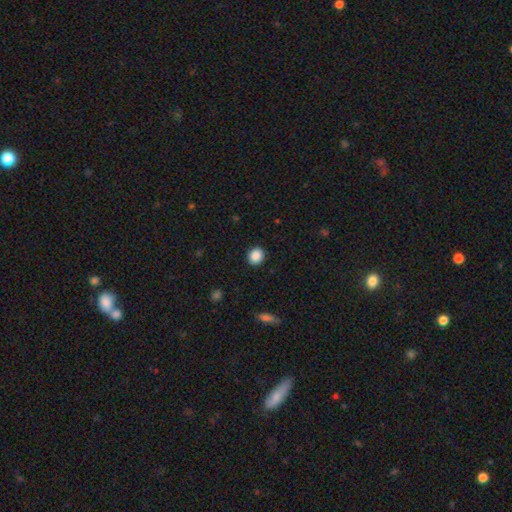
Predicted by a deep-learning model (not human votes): This is clearly a smooth galaxy (88%). How rounded: likely round (79%). Merging: clearly none (91%).